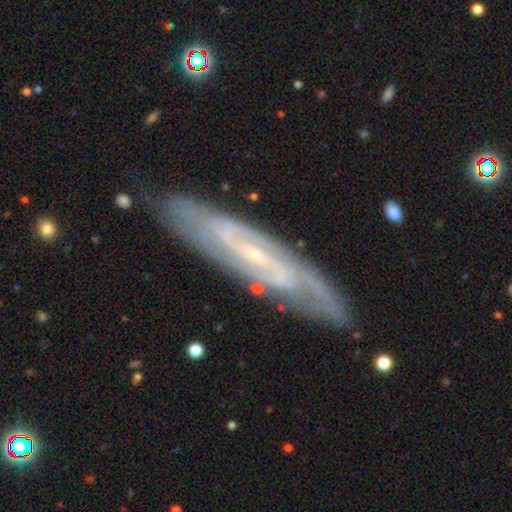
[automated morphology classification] featured or disk 81%, smooth 12%, star or artifact 7%. Down the decision tree: edge-on disk — no (65%); bar — weak (40%); spiral arms — yes (91%); bulge size — small (79%); merging — none (82%).